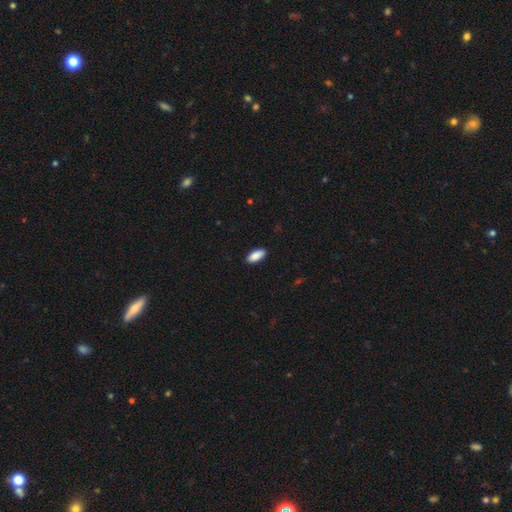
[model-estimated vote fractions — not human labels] Q: Smooth or featured?
A: smooth (89%); runner-up: star or artifact (6%)
Q: How rounded?
A: in between (86%); runner-up: cigar-shaped (12%)
Q: Merging?
A: none (90%); runner-up: minor disturbance (8%)